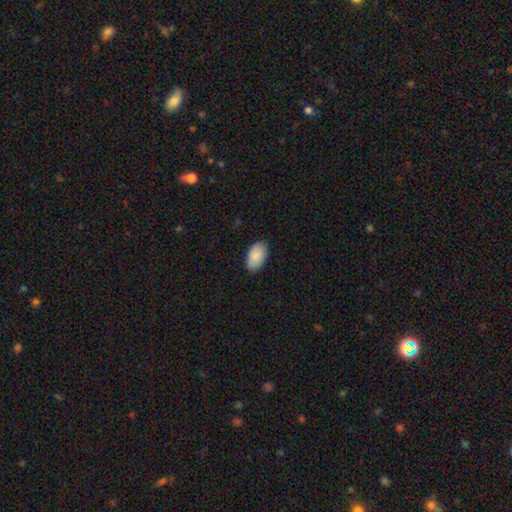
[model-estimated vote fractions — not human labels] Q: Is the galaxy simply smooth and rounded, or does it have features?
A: smooth — 90%.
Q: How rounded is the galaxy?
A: in between — 95%.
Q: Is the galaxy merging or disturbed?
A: none — 87%.